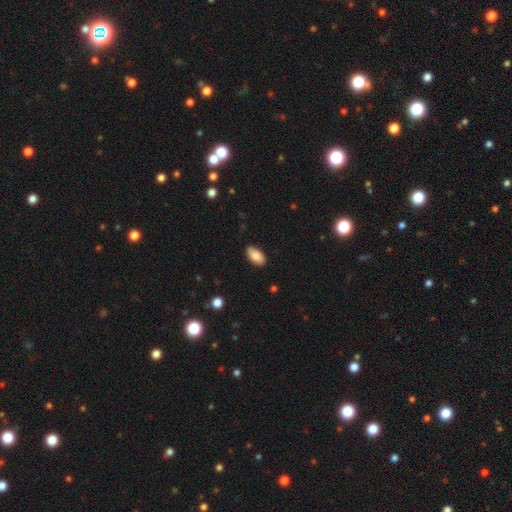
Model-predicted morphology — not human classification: smooth-or-featured: smooth: 86% | featured or disk: 7% | star or artifact: 7%
  how-rounded: in between: 94% | cigar-shaped: 3% | round: 3%
  merging: none: 86% | minor disturbance: 11% | major disturbance: 2% | merger: 1%